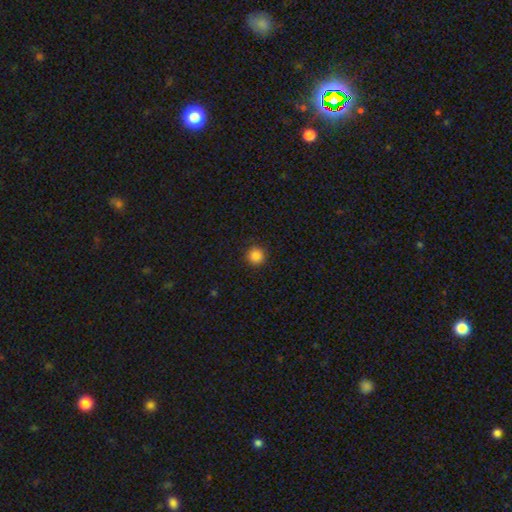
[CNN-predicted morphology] Smooth or featured? Predicted: smooth (p=0.85). How rounded? Predicted: round (p=0.95). Merging? Predicted: none (p=0.91).